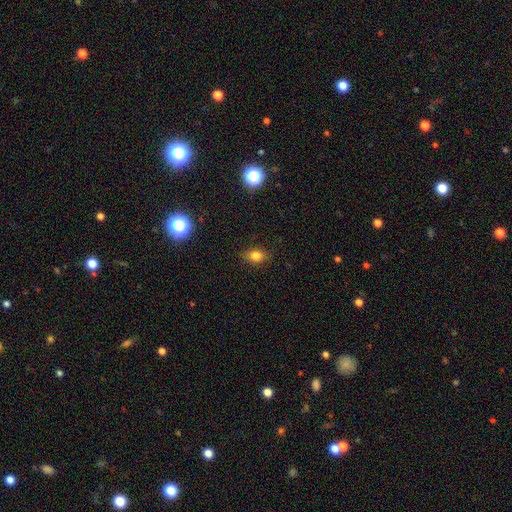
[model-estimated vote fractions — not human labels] Smooth or featured? Predicted: smooth (p=0.80). How rounded? Predicted: in between (p=0.70). Merging? Predicted: none (p=0.84).